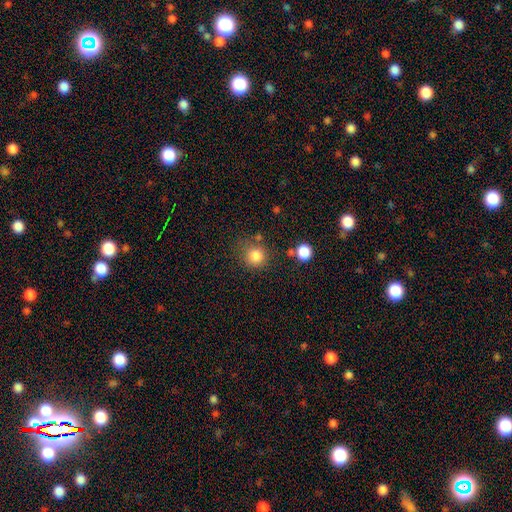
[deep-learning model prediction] Morphology: type=smooth (83%); roundness=round (89%); merging=none (72%).